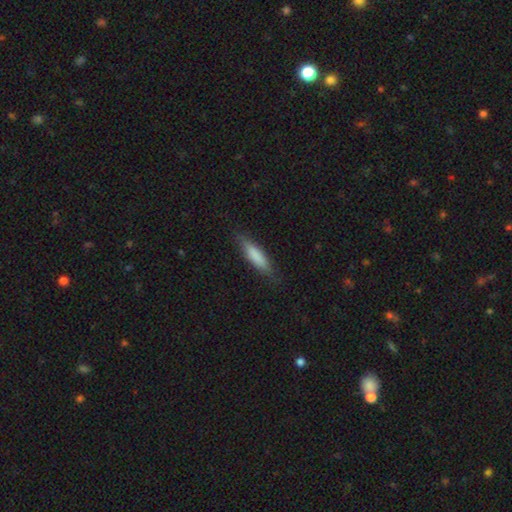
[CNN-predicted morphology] Q: Smooth or featured?
A: smooth (79%); runner-up: featured or disk (15%)
Q: How rounded?
A: cigar-shaped (70%); runner-up: in between (28%)
Q: Merging?
A: none (81%); runner-up: minor disturbance (15%)